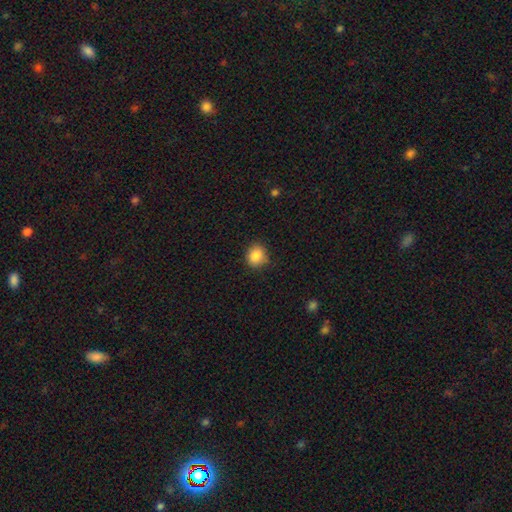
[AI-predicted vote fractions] Smooth or featured?
  - smooth: 85% *
  - star or artifact: 10%
  - featured or disk: 5%
How rounded?
  - round: 72% *
  - in between: 27%
  - cigar-shaped: 1%
Merging?
  - none: 83% *
  - minor disturbance: 13%
  - major disturbance: 3%
  - merger: 1%